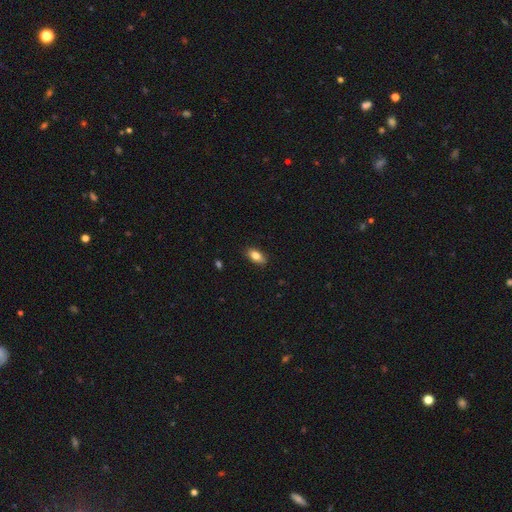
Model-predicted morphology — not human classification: A smooth galaxy with no disk features (79%) that is in between round and cigar-shaped (87%). Merging: none (86%).